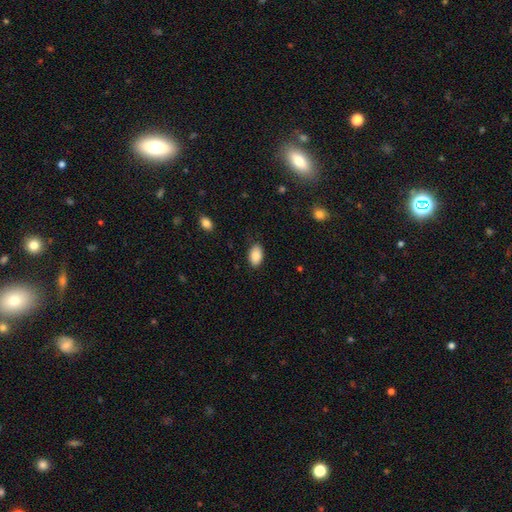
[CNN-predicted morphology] Smooth or featured? smooth (88%)
How rounded? in between (92%)
Merging? none (86%)